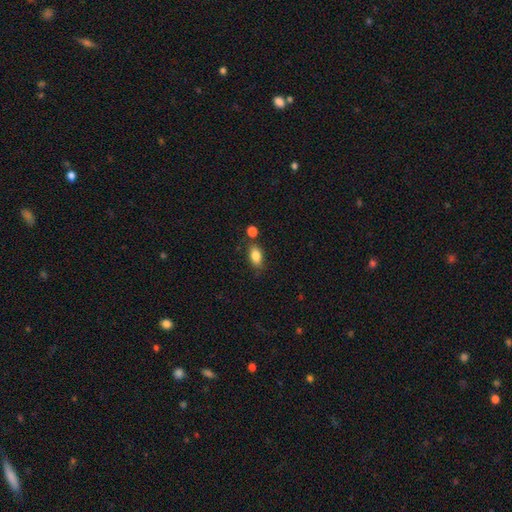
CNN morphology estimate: Smooth or featured?
  - smooth: 84% *
  - star or artifact: 8%
  - featured or disk: 8%
How rounded?
  - in between: 87% *
  - round: 9%
  - cigar-shaped: 4%
Merging?
  - none: 71% *
  - minor disturbance: 15%
  - merger: 11%
  - major disturbance: 4%